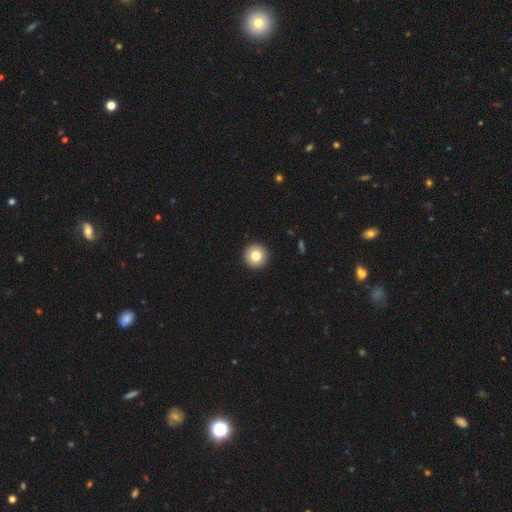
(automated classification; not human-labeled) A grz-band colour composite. It shows a smooth galaxy with no disk features (80%) that is round (96%). Merging: none (94%).